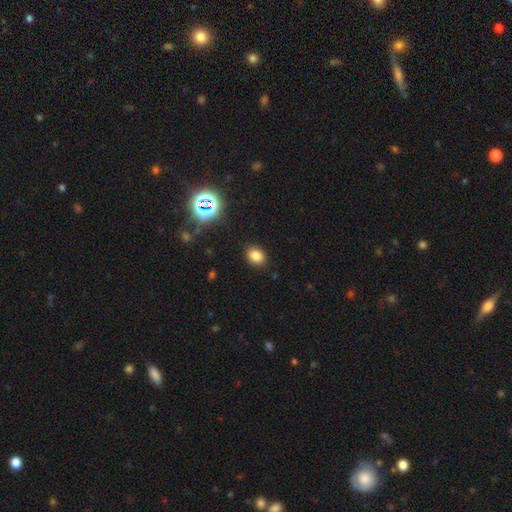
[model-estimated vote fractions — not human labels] This is likely a smooth galaxy (79%). How rounded: likely in between (61%). Merging: clearly none (88%).